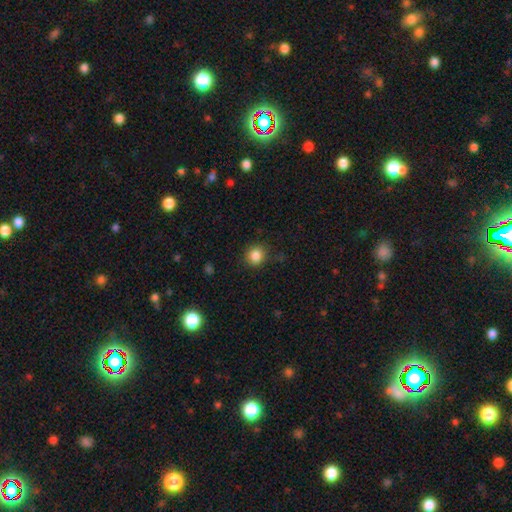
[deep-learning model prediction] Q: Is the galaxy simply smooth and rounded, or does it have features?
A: smooth — 85%.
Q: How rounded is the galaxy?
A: round — 82%.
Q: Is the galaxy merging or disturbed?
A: none — 85%.